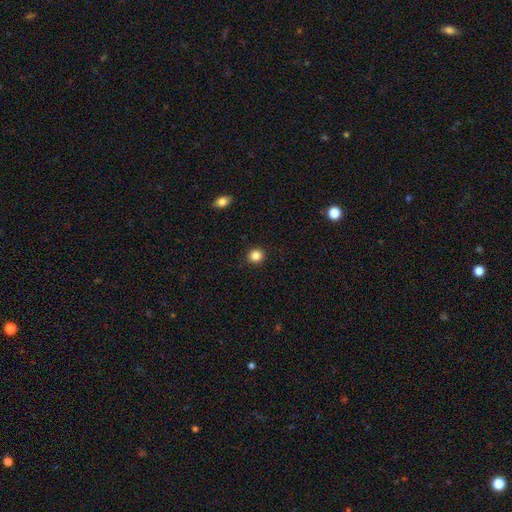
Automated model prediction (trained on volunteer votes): Smooth or featured? smooth (85%)
How rounded? round (90%)
Merging? none (91%)